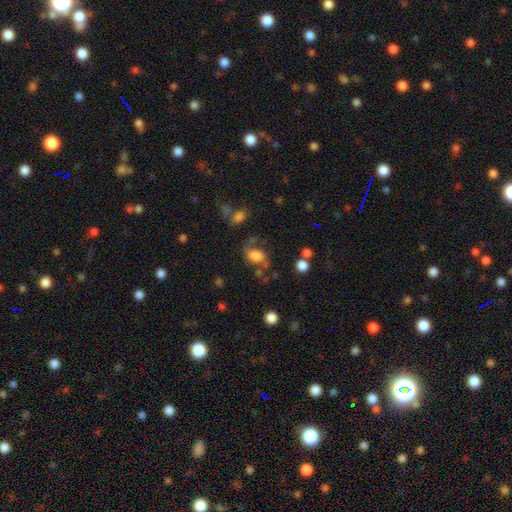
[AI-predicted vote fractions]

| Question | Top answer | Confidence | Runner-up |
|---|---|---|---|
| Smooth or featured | smooth | 61% | featured or disk (28%) |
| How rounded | in between | 73% | round (25%) |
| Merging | none | 46% | minor disturbance (23%) |